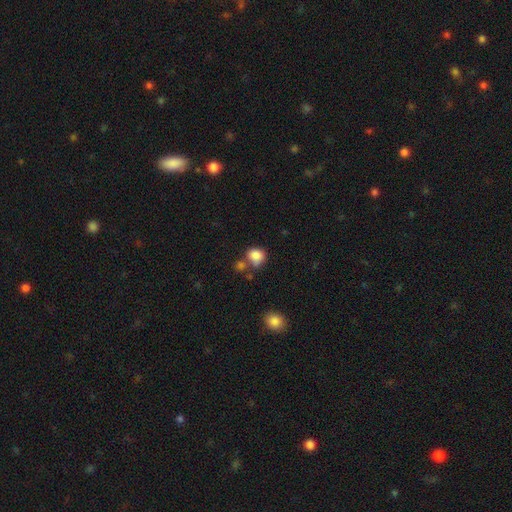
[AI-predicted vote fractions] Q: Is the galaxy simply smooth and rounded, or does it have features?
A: smooth — 84%.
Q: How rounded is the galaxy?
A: round — 66%.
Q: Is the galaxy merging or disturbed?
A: none — 51%.